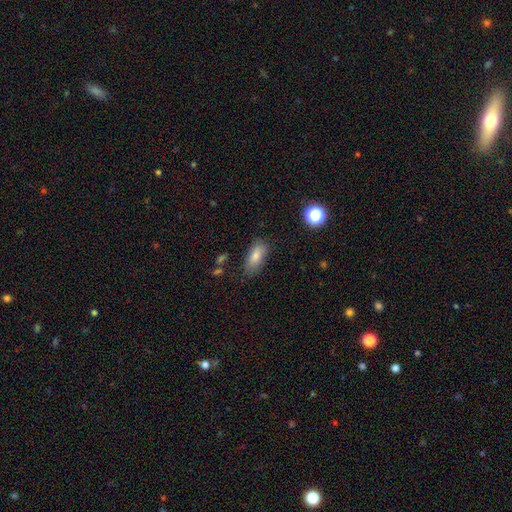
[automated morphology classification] A smooth galaxy with no disk features (79%) that is in between round and cigar-shaped (82%).

Vote fractions:
- Smooth or featured? smooth: 79% / featured or disk: 11% / star or artifact: 10%
- How rounded? in between: 82% / cigar-shaped: 13% / round: 5%
- Merging? none: 77% / minor disturbance: 16% / major disturbance: 4% / merger: 3%